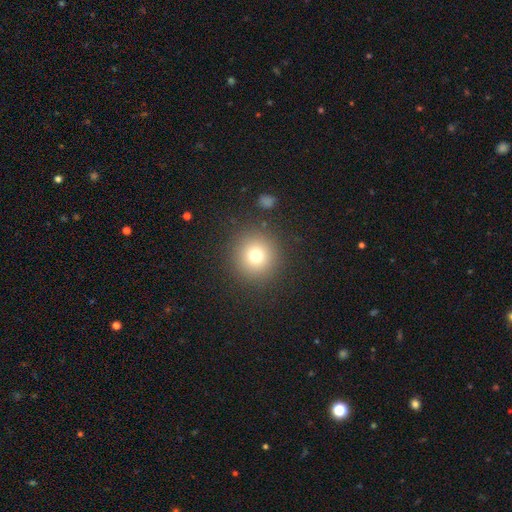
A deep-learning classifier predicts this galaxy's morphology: smooth-or-featured: smooth: 75% | star or artifact: 15% | featured or disk: 10%
  how-rounded: round: 94% | in between: 5% | cigar-shaped: 1%
  merging: none: 89% | minor disturbance: 6% | major disturbance: 3% | merger: 2%